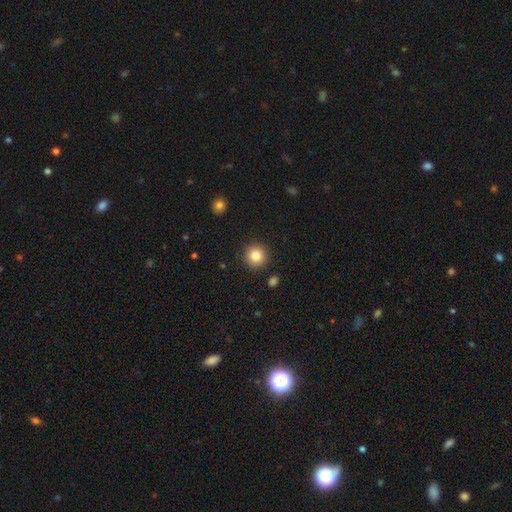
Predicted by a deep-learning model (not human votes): Smooth or featured: smooth — 84% (star or artifact — 10%)
How rounded: round — 94% (in between — 5%)
Merging: none — 91% (minor disturbance — 6%)